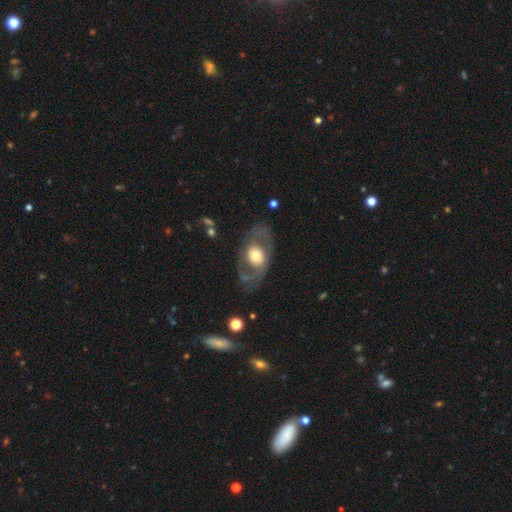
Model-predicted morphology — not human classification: Overall: featured or disk (64%; smooth 30%). Edge-on disk: no (93%). Bar: no (74%). Spiral arms: yes (54%; no 46%). Bulge size: moderate (56%; large 33%). Merging: none (68%).